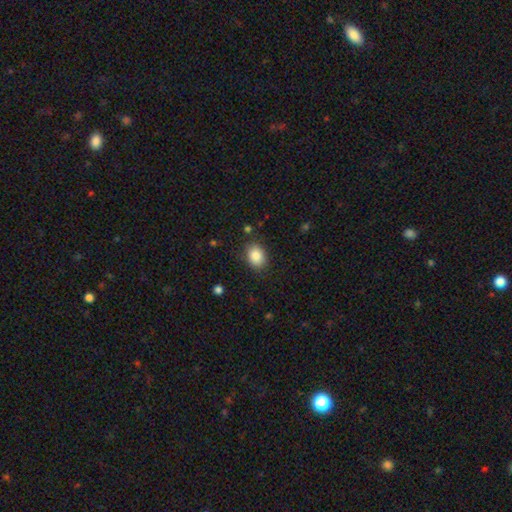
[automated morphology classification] This is clearly a smooth galaxy (87%). How rounded: likely in between (69%). Merging: clearly none (84%).